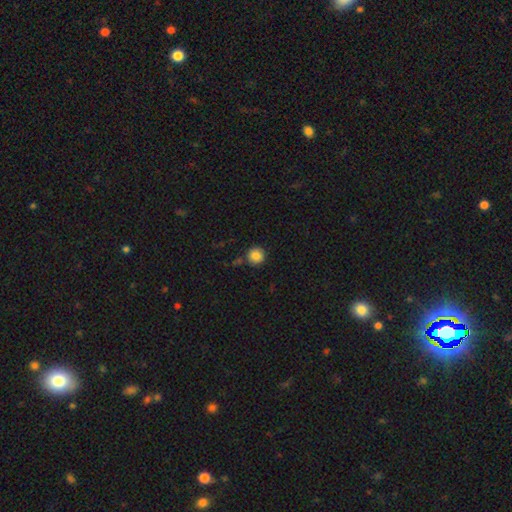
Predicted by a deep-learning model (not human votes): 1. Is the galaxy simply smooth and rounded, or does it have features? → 86% smooth, 9% star or artifact, 4% featured or disk.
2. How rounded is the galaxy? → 95% round, 4% in between, 1% cigar-shaped.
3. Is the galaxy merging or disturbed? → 84% none, 9% minor disturbance, 5% merger, 2% major disturbance.